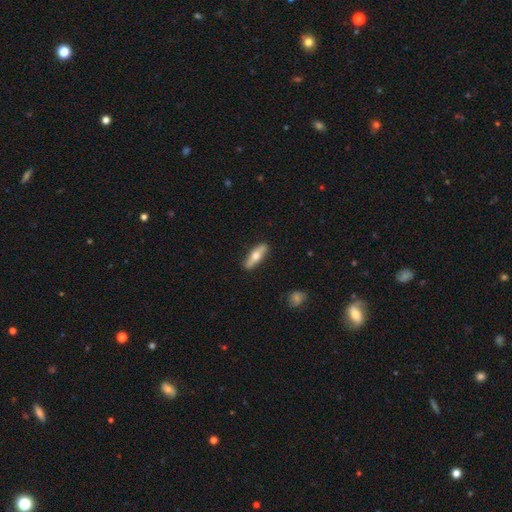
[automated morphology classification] The model was most divided on "smooth or featured": smooth: 51%, featured or disk: 43%, star or artifact: 5%. More confident: merging — none (88%); how rounded — cigar-shaped (63%).